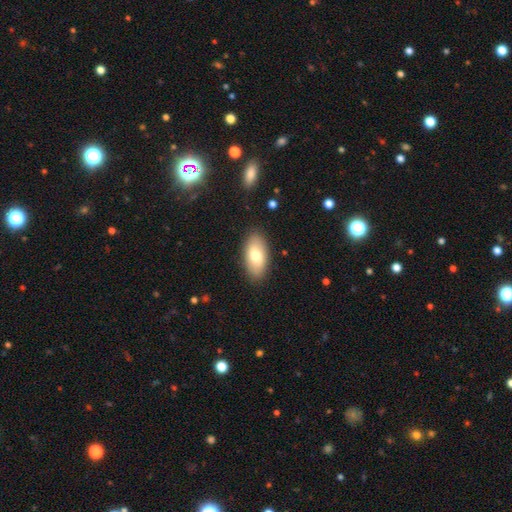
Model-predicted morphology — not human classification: type=smooth (75%); roundness=in between (93%); merging=none (87%).